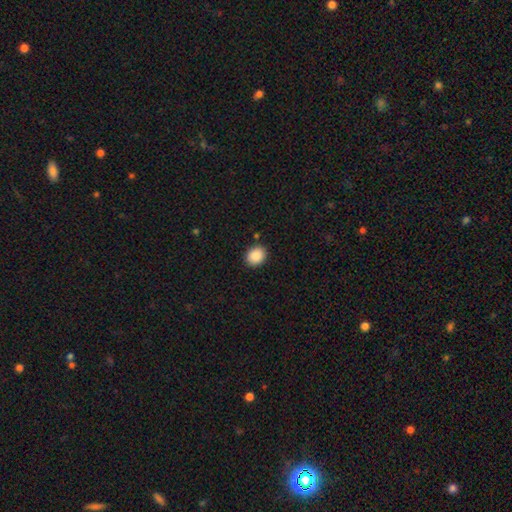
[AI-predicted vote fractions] A smooth galaxy with no disk features (89%) that is round (56%).

Vote fractions:
- Smooth or featured? smooth: 89% / star or artifact: 8% / featured or disk: 3%
- How rounded? round: 56% / in between: 43% / cigar-shaped: 1%
- Merging? none: 88% / minor disturbance: 8% / major disturbance: 2% / merger: 2%